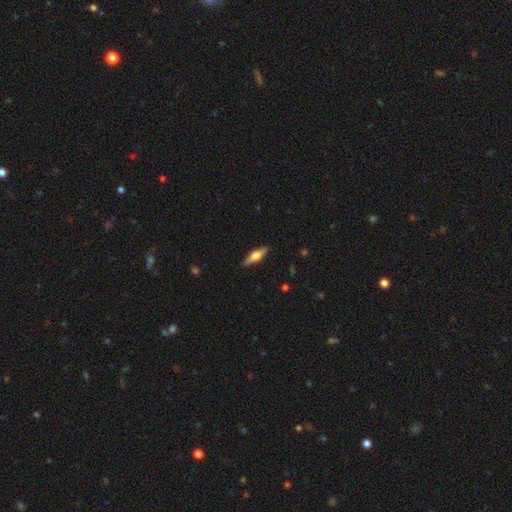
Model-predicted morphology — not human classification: Q: Smooth or featured?
A: featured or disk (54%); runner-up: smooth (40%)
Q: Edge-on disk?
A: yes (95%); runner-up: no (5%)
Q: Edge-on bulge?
A: rounded (91%); runner-up: boxy (7%)
Q: Merging?
A: none (89%); runner-up: minor disturbance (9%)